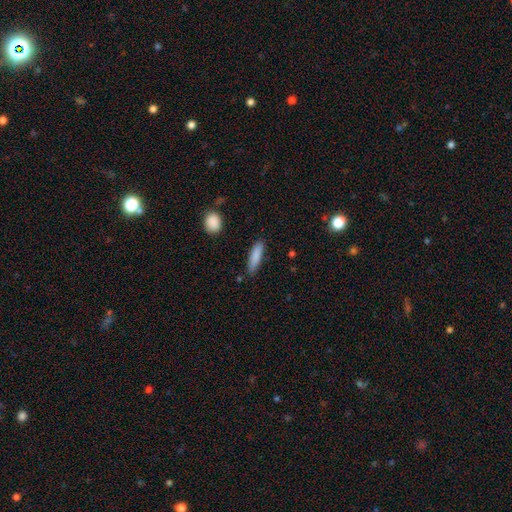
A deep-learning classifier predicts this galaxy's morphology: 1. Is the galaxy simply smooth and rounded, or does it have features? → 84% smooth, 9% featured or disk, 6% star or artifact.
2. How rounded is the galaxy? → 69% cigar-shaped, 29% in between, 2% round.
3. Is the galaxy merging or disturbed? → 82% none, 13% minor disturbance, 3% major disturbance, 2% merger.